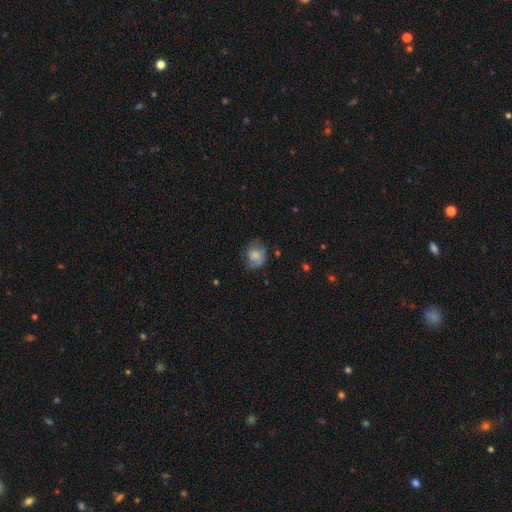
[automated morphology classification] smooth-or-featured: smooth: 71% | featured or disk: 20% | star or artifact: 9%
  how-rounded: round: 64% | in between: 35% | cigar-shaped: 1%
  merging: none: 57% | minor disturbance: 29% | major disturbance: 12% | merger: 2%